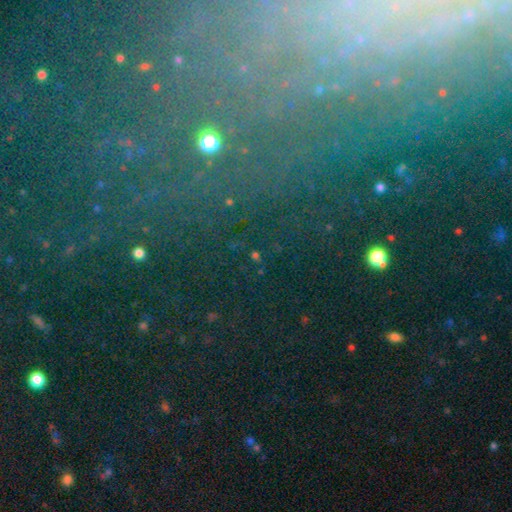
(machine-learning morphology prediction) star or artifact 66%, smooth 20%, featured or disk 14%.